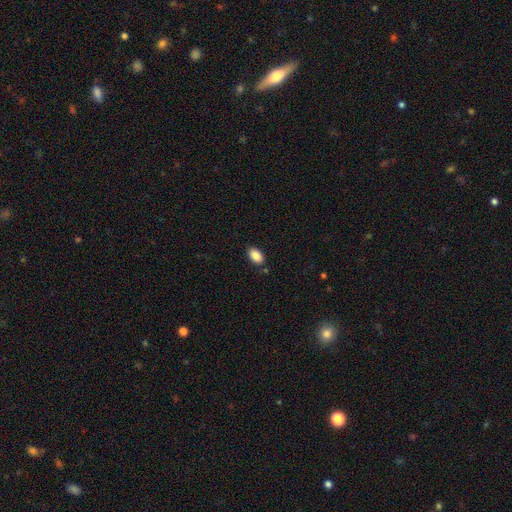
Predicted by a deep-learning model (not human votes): smooth_or_featured: smooth (p=0.88) [alt: star or artifact p=0.08]
how_rounded: in between (p=0.92) [alt: round p=0.06]
merging: none (p=0.84) [alt: minor disturbance p=0.11]